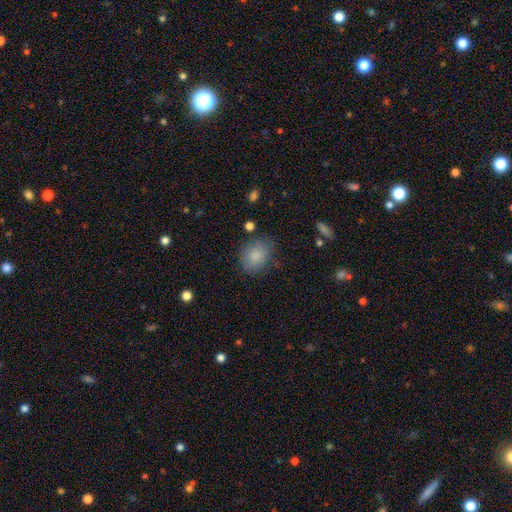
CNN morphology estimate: A smooth galaxy with no disk features (84%) that is in between round and cigar-shaped (56%).

Vote fractions:
- Smooth or featured? smooth: 84% / star or artifact: 8% / featured or disk: 8%
- How rounded? in between: 56% / round: 43% / cigar-shaped: 1%
- Merging? none: 74% / minor disturbance: 18% / major disturbance: 5% / merger: 2%